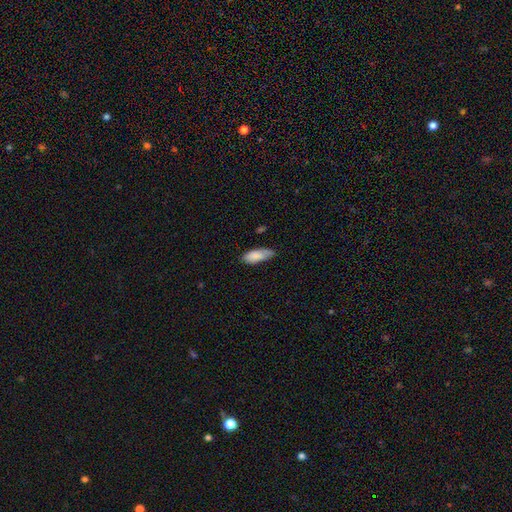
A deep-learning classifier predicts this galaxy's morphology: Overall: smooth (84%). How rounded: in between (73%). Merging: none (60%; minor disturbance 32%).